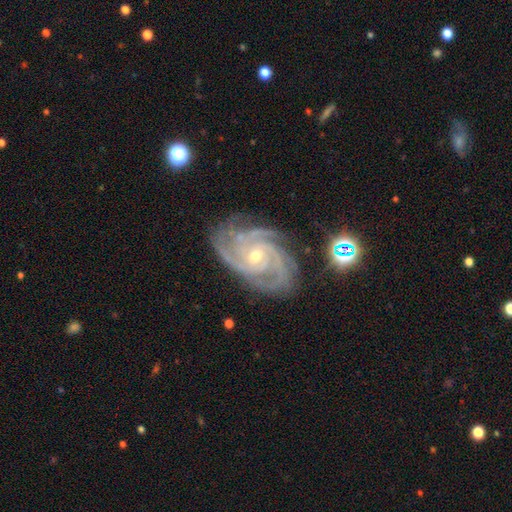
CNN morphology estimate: This is clearly a featured or disk galaxy (92%). It is clearly not viewed edge-on (97%). Bar: likely no (61%). Spiral arm pattern: clearly yes (99%). Spiral arm count: marginally 4 (34%). Spiral winding: likely tight (68%). Central bulge: possibly small (60%). Merging: likely none (74%).